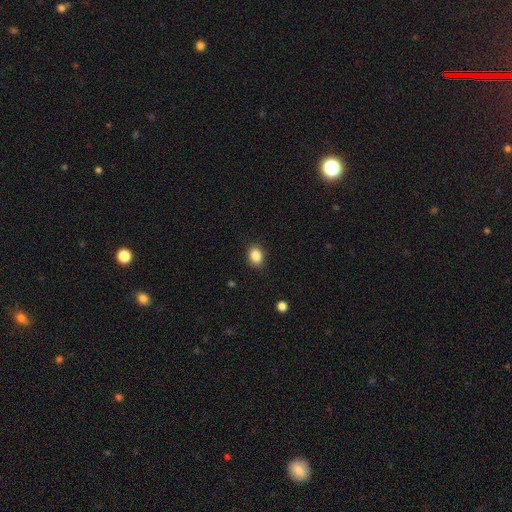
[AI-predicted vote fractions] Overall: smooth (87%). How rounded: in between (67%; round 32%). Merging: none (88%).